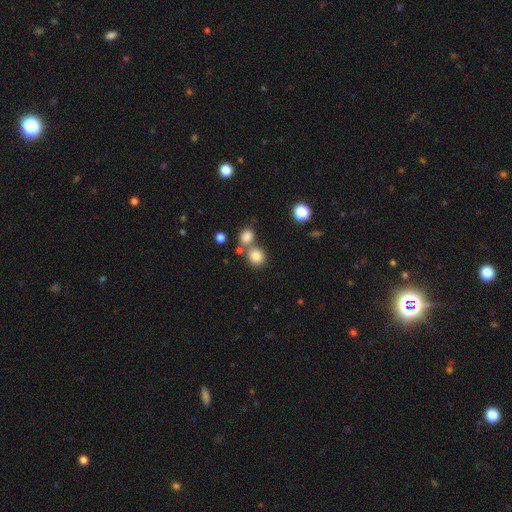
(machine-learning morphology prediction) The model was most divided on "merging": none: 58%, merger: 30%, minor disturbance: 8%, major disturbance: 3%. More confident: smooth or featured — smooth (82%); how rounded — round (81%).